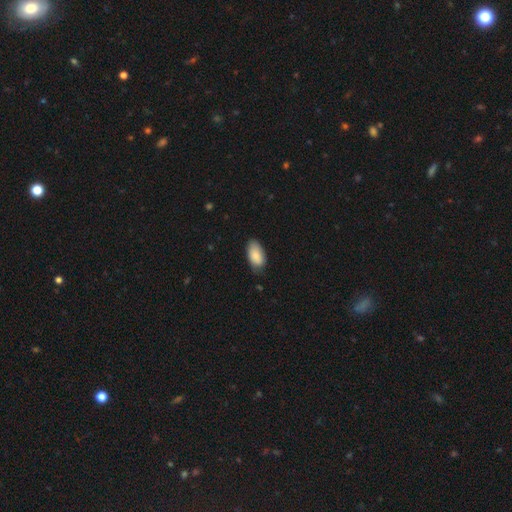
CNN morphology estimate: Smooth or featured?
  - smooth: 87% *
  - featured or disk: 7%
  - star or artifact: 6%
How rounded?
  - in between: 94% *
  - round: 3%
  - cigar-shaped: 3%
Merging?
  - none: 72% *
  - minor disturbance: 24%
  - major disturbance: 3%
  - merger: 1%